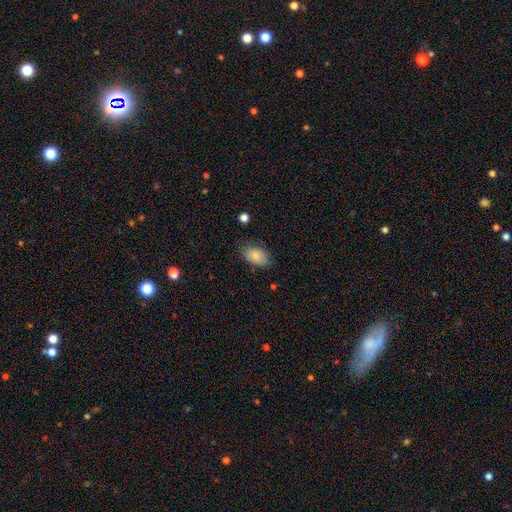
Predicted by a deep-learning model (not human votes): Smooth or featured? Predicted: smooth (p=0.84). How rounded? Predicted: in between (p=0.89). Merging? Predicted: none (p=0.71).